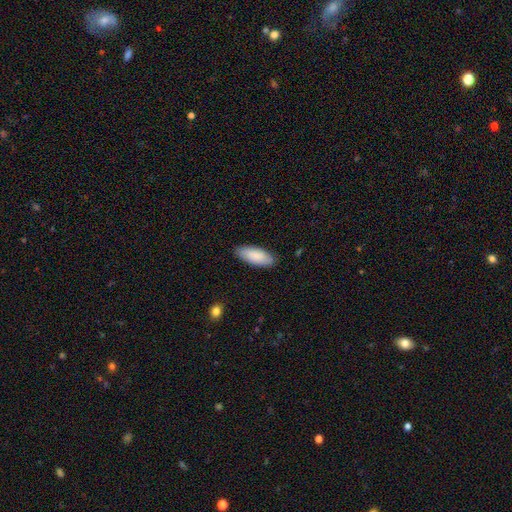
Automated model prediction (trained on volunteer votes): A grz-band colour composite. It shows a smooth galaxy with no disk features (88%) that is in between round and cigar-shaped (81%). Merging: none (86%).